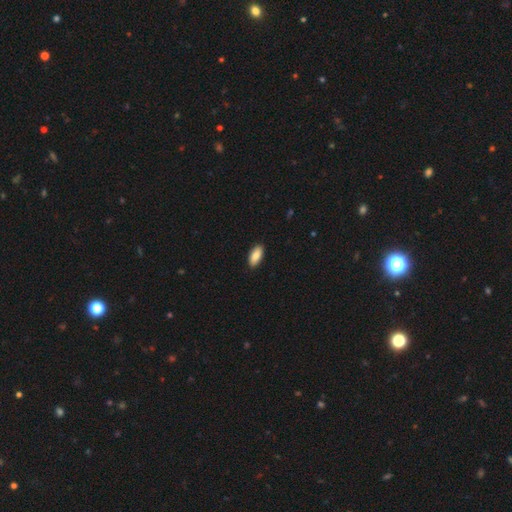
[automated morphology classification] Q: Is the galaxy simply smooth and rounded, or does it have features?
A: smooth — 88%.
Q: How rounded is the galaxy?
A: in between — 89%.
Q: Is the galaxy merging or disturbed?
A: none — 90%.